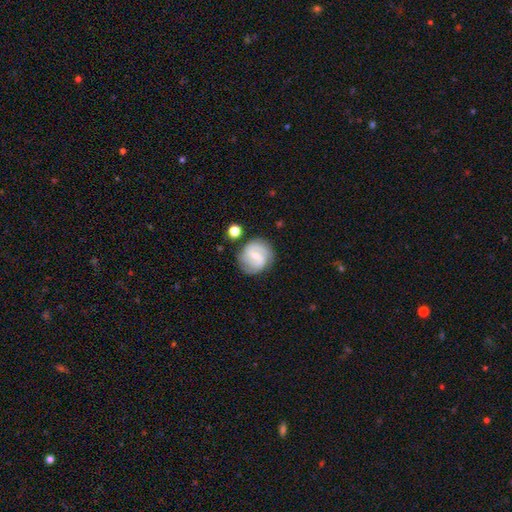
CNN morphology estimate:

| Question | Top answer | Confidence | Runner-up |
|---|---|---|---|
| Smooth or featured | featured or disk | 70% | smooth (24%) |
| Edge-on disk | no | 98% | yes (2%) |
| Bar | weak | 57% | no (25%) |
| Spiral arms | yes | 92% | no (8%) |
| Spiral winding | medium | 45% | tight (36%) |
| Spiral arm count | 2 | 70% | can't tell (14%) |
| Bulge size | small | 65% | moderate (30%) |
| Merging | none | 77% | minor disturbance (14%) |